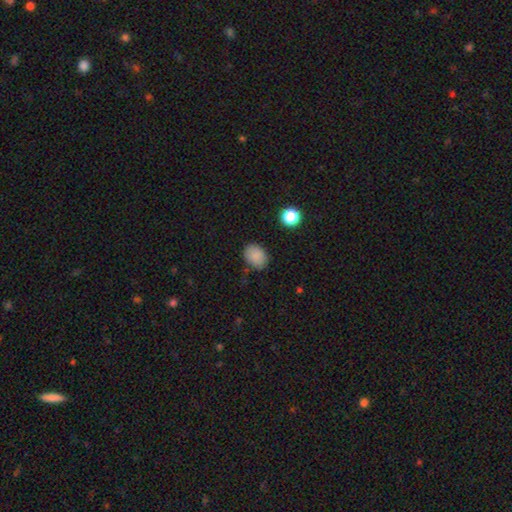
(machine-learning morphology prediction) Overall: smooth (86%). How rounded: in between (64%; round 35%). Merging: none (81%).